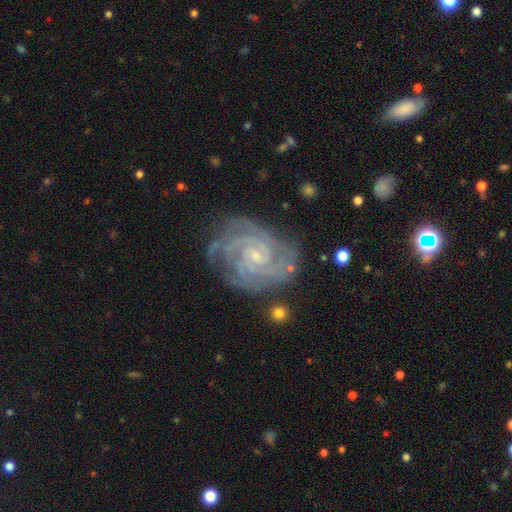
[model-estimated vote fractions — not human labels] Smooth or featured? featured or disk (89%)
Edge-on disk? no (98%)
Bar? no (61%)
Spiral arms? yes (98%)
Spiral winding? tight (71%)
Spiral arm count? 3 (26%)
Bulge size? small (77%)
Merging? none (74%)